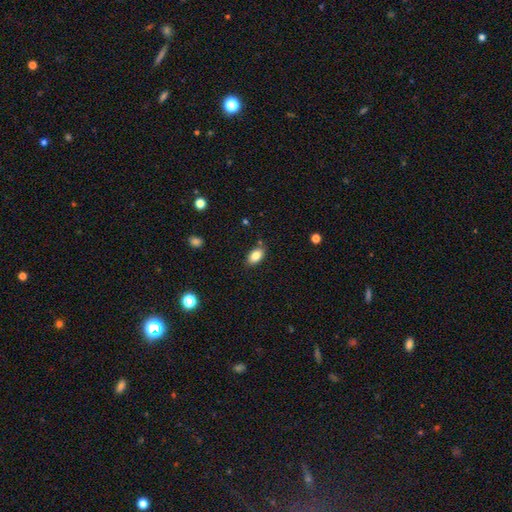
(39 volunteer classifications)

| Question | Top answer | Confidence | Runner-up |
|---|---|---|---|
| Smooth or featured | smooth | 92% | star or artifact (8%) |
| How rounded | in between | 86% | round (14%) |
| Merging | none | 83% | minor disturbance (11%) |